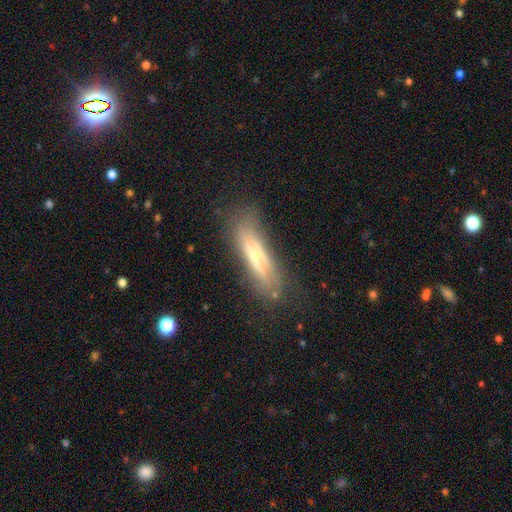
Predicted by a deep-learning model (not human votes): A featured or disk galaxy (51%) viewed edge-on (81%).

Vote fractions:
- Smooth or featured? featured or disk: 51% / smooth: 41% / star or artifact: 8%
- Edge-on disk? yes: 81% / no: 19%
- Merging? none: 73% / minor disturbance: 18% / major disturbance: 6% / merger: 2%